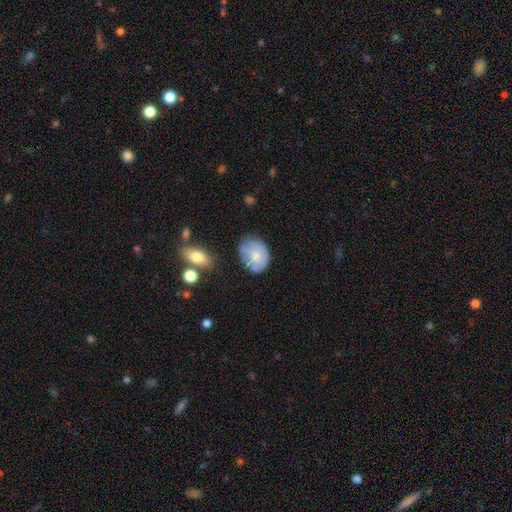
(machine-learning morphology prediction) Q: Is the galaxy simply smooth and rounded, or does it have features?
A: smooth — 65%.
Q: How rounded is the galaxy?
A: in between — 59%.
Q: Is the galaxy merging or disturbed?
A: none — 55%.